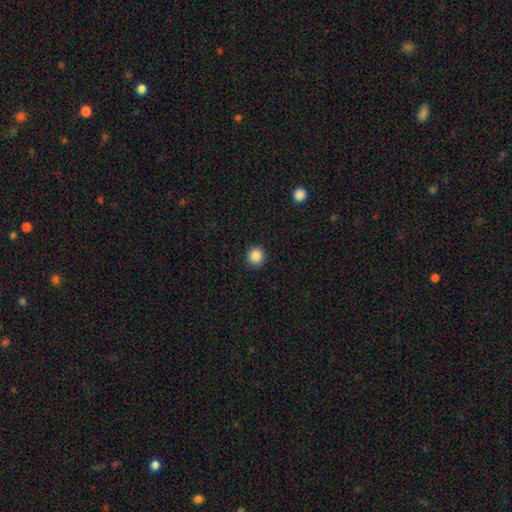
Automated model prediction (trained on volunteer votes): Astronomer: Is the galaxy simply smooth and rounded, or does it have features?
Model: smooth — 87%.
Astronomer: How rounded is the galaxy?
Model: round — 92%.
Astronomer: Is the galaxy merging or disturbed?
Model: none — 92%.